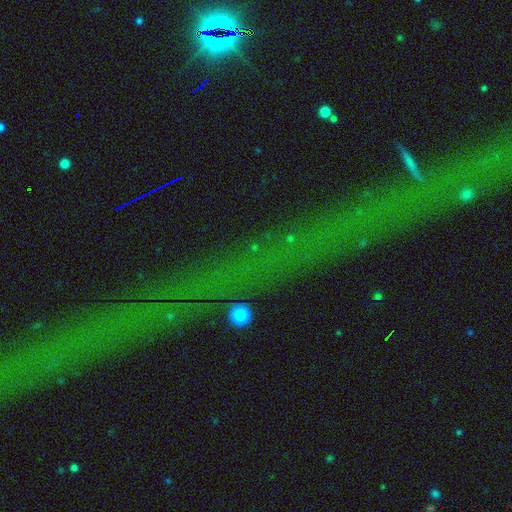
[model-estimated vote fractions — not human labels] A star or artifact, not a galaxy (76%).